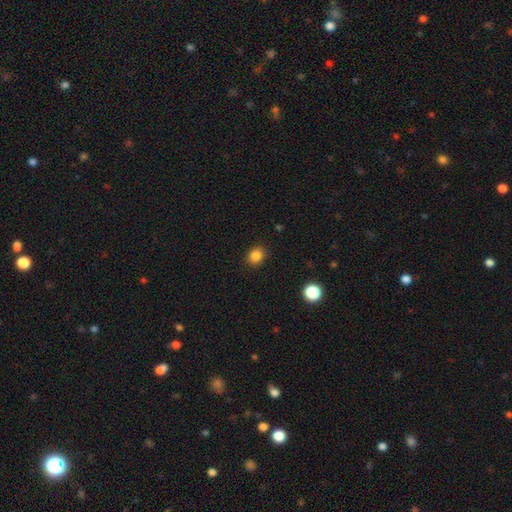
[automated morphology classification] Overall: smooth (84%). How rounded: round (64%; in between 35%). Merging: none (88%).